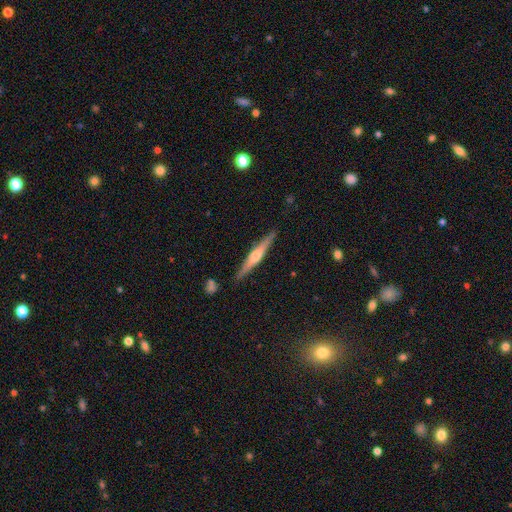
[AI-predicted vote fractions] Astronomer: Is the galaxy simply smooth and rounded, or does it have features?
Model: featured or disk — 67%.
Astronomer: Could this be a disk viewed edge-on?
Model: yes — 98%.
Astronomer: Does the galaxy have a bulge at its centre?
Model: rounded — 80%.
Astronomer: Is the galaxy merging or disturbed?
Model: none — 90%.